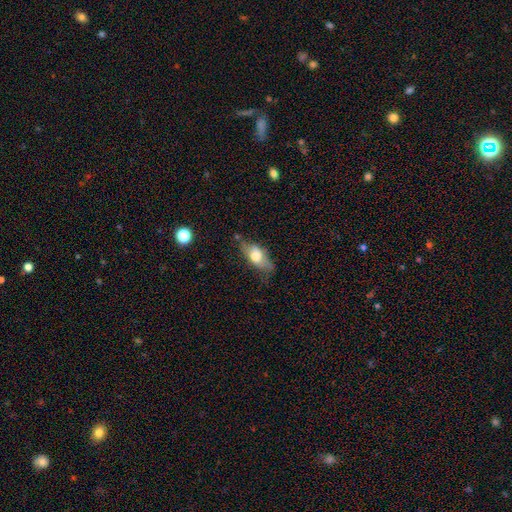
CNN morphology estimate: Smooth or featured?
  - smooth: 58% *
  - featured or disk: 35%
  - star or artifact: 7%
How rounded?
  - in between: 77% *
  - cigar-shaped: 18%
  - round: 5%
Merging?
  - none: 58% *
  - minor disturbance: 28%
  - major disturbance: 10%
  - merger: 4%